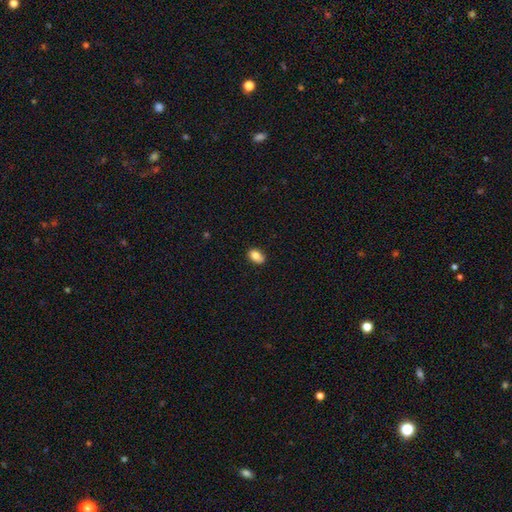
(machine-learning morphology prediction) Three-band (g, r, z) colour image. It shows a smooth galaxy with no disk features (83%) that is in between round and cigar-shaped (85%). Merging: none (76%).